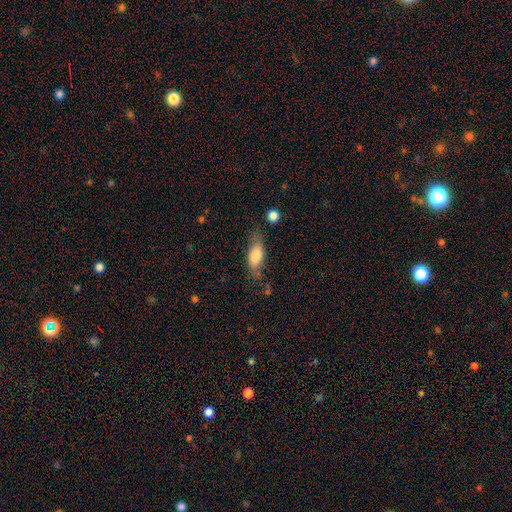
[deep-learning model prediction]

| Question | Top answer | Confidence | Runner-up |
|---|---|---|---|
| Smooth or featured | smooth | 70% | featured or disk (23%) |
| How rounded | in between | 72% | cigar-shaped (25%) |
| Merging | none | 63% | minor disturbance (24%) |